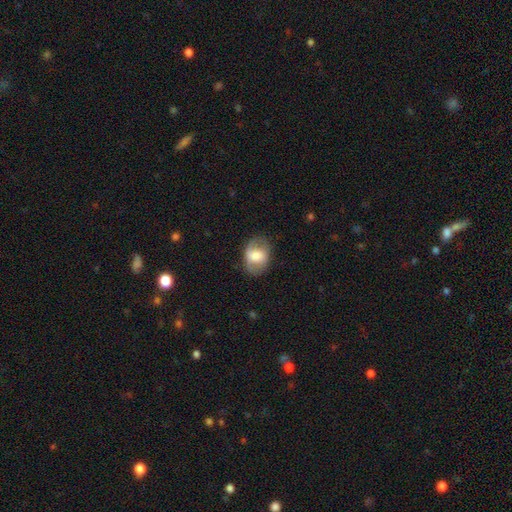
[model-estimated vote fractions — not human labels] This appears to be a smooth galaxy with no disk features (56%) that is in between round and cigar-shaped (74%). Merging: none (73%).